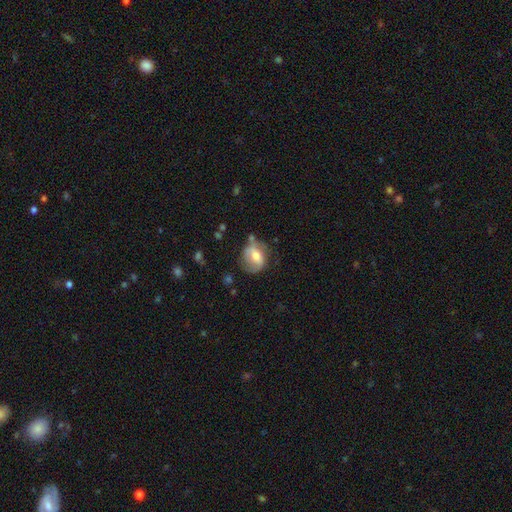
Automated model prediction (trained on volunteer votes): This appears to be a smooth galaxy with no disk features (48%). Merging: none (55%).